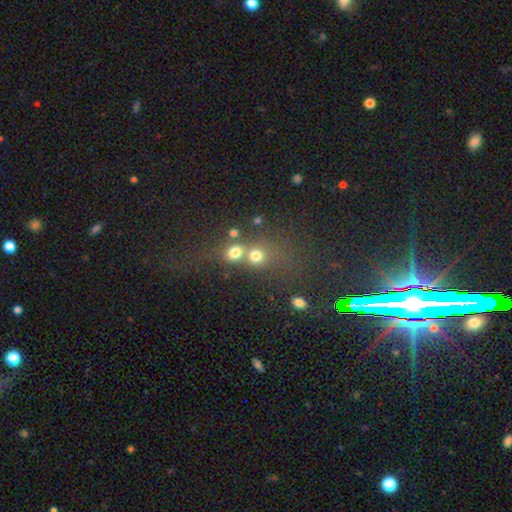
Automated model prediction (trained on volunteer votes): Smooth or featured? smooth (69%)
How rounded? round (74%)
Merging? merger (51%)